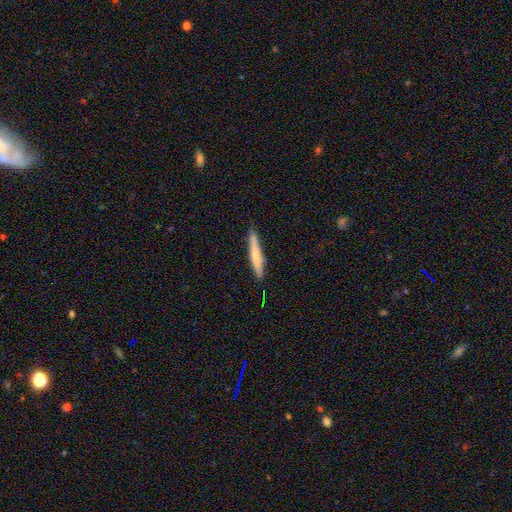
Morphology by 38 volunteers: smooth-or-featured: smooth: 66% | featured or disk: 29% | star or artifact: 5%
  how-rounded: cigar-shaped: 100% | round: 0% | in between: 0%
  merging: none: 92% | minor disturbance: 8% | major disturbance: 0% | merger: 0%